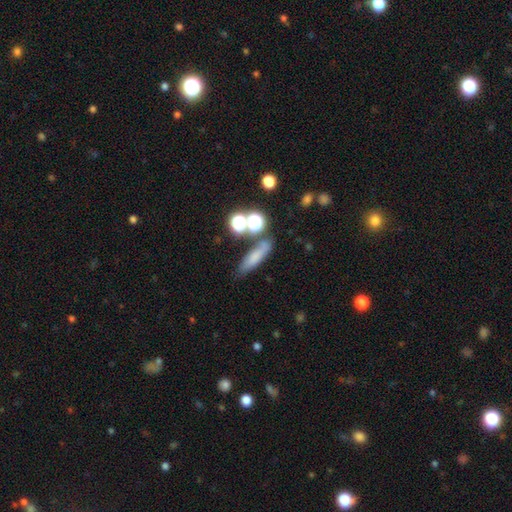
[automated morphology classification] A smooth galaxy with no disk features (66%) that is cigar-shaped (56%). Merging: none (63%).